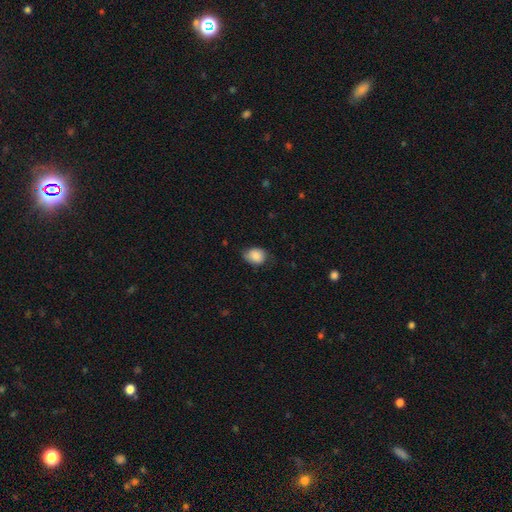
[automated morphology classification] Smooth or featured? smooth (86%)
How rounded? in between (60%)
Merging? none (63%)